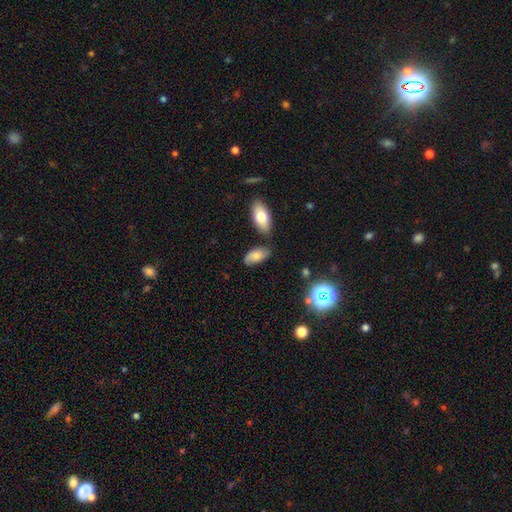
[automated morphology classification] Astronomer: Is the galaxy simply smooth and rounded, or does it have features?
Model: smooth — 67%.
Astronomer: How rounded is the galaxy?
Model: in between — 92%.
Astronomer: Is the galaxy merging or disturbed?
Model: none — 68%.